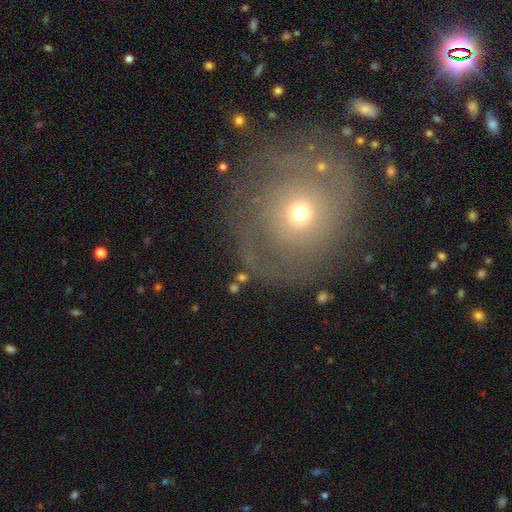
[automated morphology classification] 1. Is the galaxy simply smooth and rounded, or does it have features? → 44% featured or disk, 38% smooth, 18% star or artifact.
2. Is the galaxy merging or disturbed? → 76% none, 13% minor disturbance, 8% major disturbance, 3% merger.